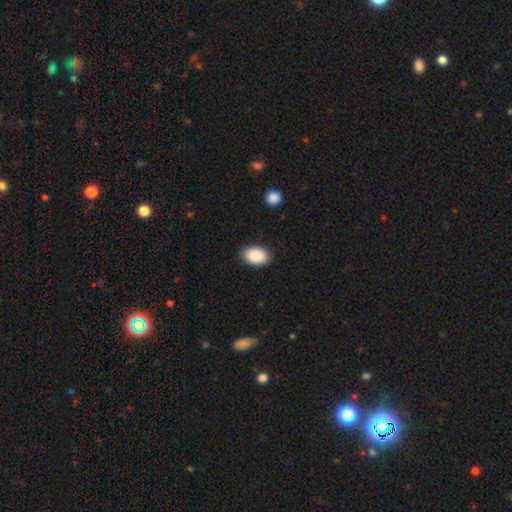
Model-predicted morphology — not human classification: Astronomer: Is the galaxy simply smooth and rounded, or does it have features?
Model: smooth — 91%.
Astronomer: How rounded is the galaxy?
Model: in between — 88%.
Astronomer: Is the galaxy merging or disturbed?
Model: none — 89%.